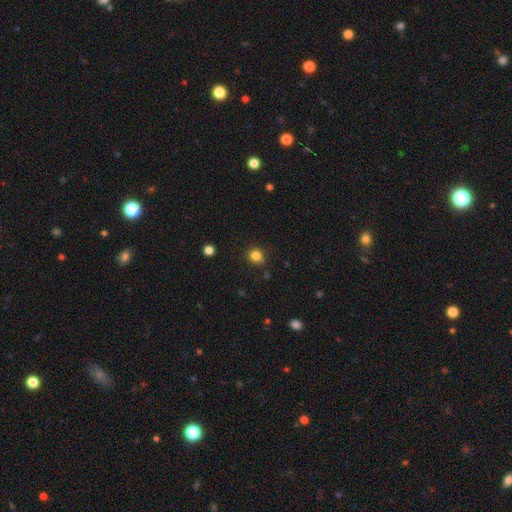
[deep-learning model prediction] Smooth or featured? Predicted: smooth (p=0.84). How rounded? Predicted: round (p=0.68). Merging? Predicted: none (p=0.78).